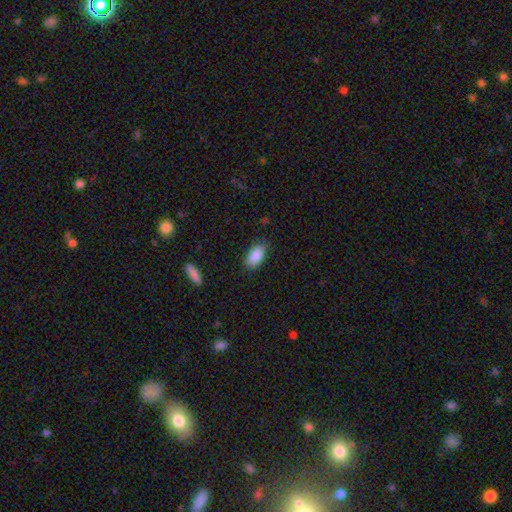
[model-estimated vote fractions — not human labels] Q: Smooth or featured?
A: smooth (88%); runner-up: star or artifact (7%)
Q: How rounded?
A: in between (92%); runner-up: cigar-shaped (4%)
Q: Merging?
A: none (84%); runner-up: minor disturbance (12%)